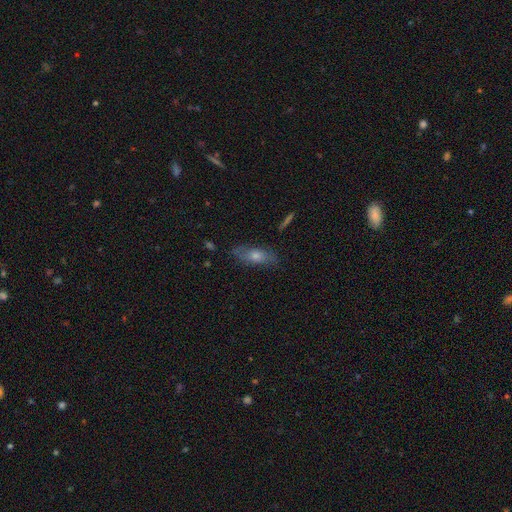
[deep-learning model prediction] Q: Smooth or featured?
A: smooth (52%); runner-up: featured or disk (39%)
Q: How rounded?
A: in between (67%); runner-up: cigar-shaped (29%)
Q: Merging?
A: none (76%); runner-up: minor disturbance (17%)